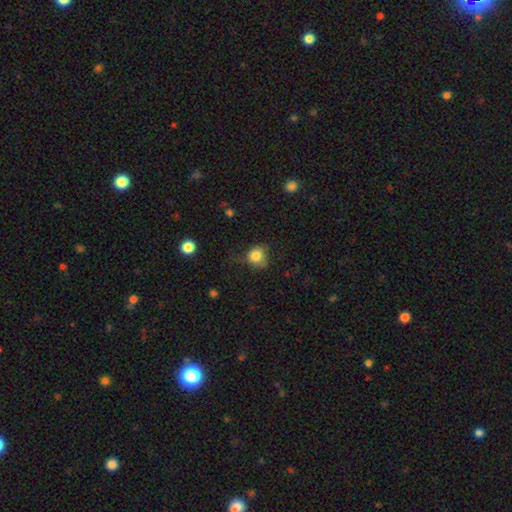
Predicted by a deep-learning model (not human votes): This appears to be a smooth galaxy with no disk features (82%) that is round (82%). Merging: none (57%).